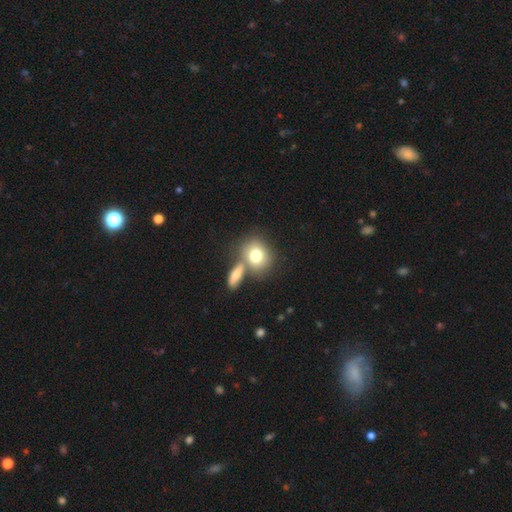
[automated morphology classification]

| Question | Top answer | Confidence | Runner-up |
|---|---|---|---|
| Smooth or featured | smooth | 76% | featured or disk (15%) |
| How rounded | round | 61% | in between (37%) |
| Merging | none | 51% | merger (34%) |